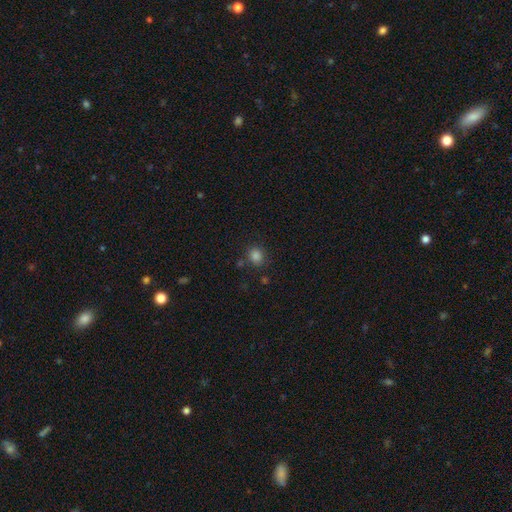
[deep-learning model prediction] The model was most divided on "how rounded": round: 70%, in between: 29%, cigar-shaped: 1%. More confident: smooth or featured — smooth (83%); merging — none (79%).